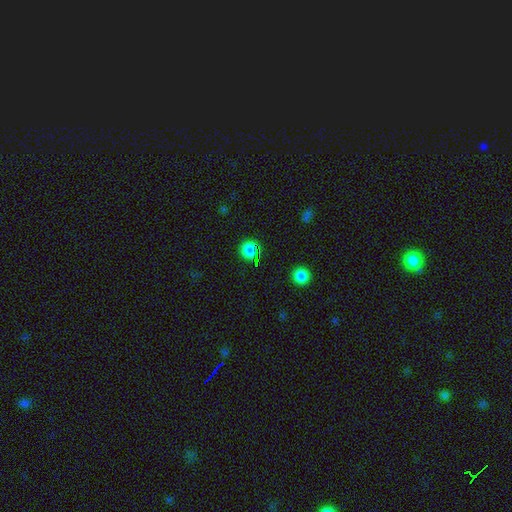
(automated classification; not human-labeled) Smooth or featured? smooth (62%)
How rounded? round (93%)
Merging? none (86%)